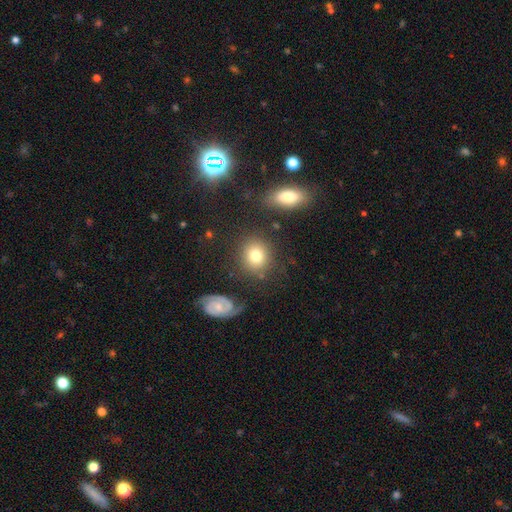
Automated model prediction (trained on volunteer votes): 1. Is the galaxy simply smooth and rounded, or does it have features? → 74% smooth, 15% featured or disk, 11% star or artifact.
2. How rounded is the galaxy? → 79% round, 20% in between, 1% cigar-shaped.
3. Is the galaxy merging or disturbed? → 80% none, 11% minor disturbance, 5% merger, 4% major disturbance.